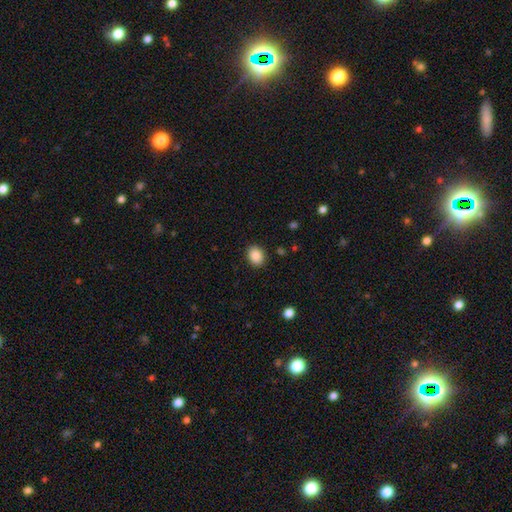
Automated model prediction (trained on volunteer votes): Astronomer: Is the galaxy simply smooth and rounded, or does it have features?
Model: smooth — 88%.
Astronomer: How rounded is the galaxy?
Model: in between — 51% (runner-up: round, 48%).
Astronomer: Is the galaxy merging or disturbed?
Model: none — 89%.